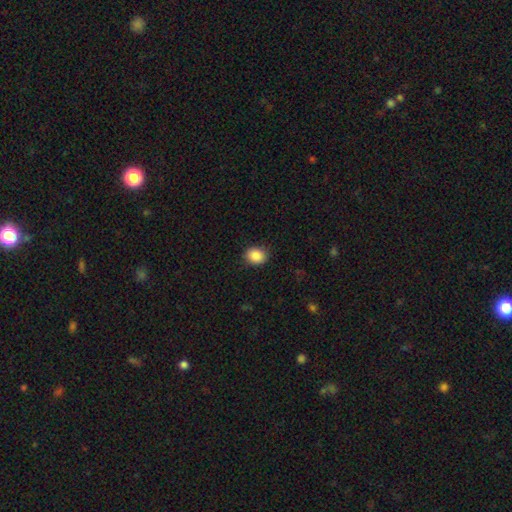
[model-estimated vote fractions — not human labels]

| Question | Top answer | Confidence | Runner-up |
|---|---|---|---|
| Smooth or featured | smooth | 87% | star or artifact (9%) |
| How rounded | round | 58% | in between (41%) |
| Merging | none | 87% | minor disturbance (9%) |